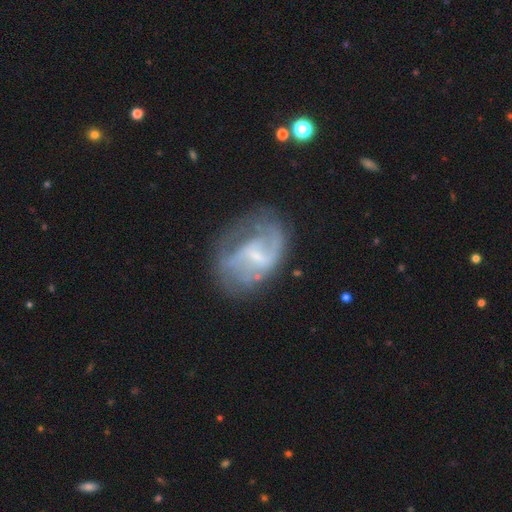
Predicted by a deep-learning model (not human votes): The model was most divided on "spiral winding": loose: 45%, medium: 38%, tight: 17%. More confident: edge-on disk — no (97%); spiral arms — yes (77%); smooth or featured — featured or disk (76%); bulge size — small (61%); bar — weak (54%); spiral arm count — 2 (51%); merging — none (50%).